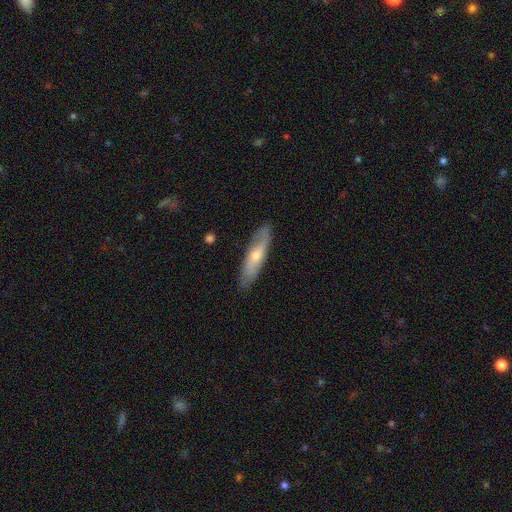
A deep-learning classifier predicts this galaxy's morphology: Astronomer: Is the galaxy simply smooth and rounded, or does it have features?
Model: featured or disk — 50% (runner-up: smooth, 44%).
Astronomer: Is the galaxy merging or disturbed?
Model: none — 82%.